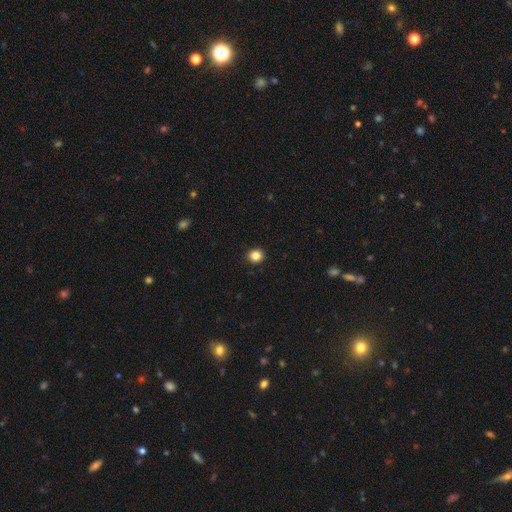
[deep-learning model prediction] Q: Smooth or featured?
A: smooth (85%); runner-up: star or artifact (11%)
Q: How rounded?
A: round (84%); runner-up: in between (15%)
Q: Merging?
A: none (93%); runner-up: minor disturbance (5%)